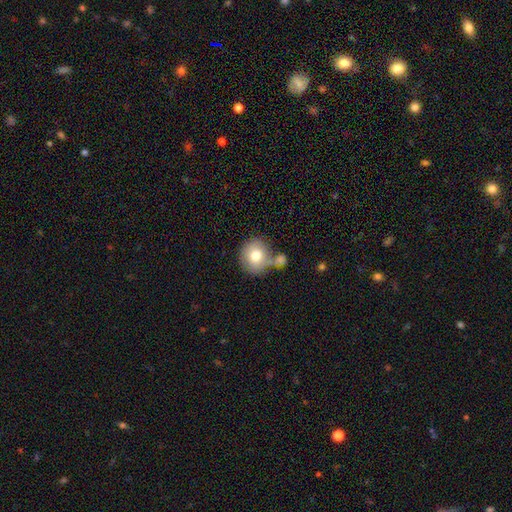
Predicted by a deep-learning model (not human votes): A smooth galaxy with no disk features (77%) that is round (80%). Merging: none (52%).